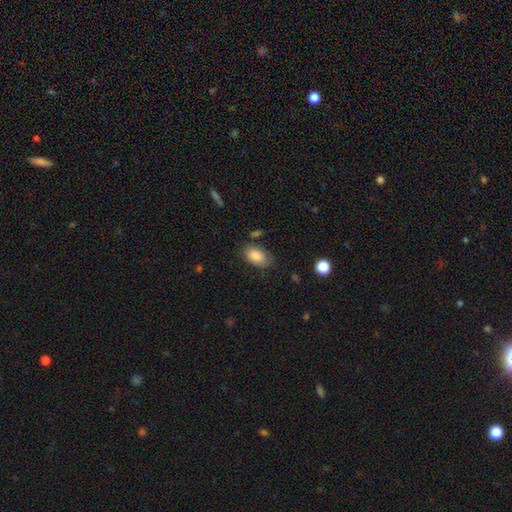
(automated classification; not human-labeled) smooth_or_featured: smooth (p=0.83) [alt: featured or disk p=0.10]
how_rounded: in between (p=0.91) [alt: round p=0.08]
merging: none (p=0.68) [alt: minor disturbance p=0.23]